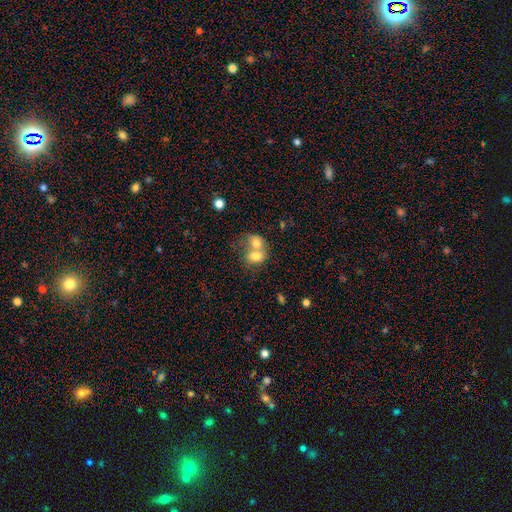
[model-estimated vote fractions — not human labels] smooth_or_featured: smooth (p=0.73) [alt: featured or disk p=0.19]
how_rounded: in between (p=0.64) [alt: round p=0.35]
merging: merger (p=0.76) [alt: none p=0.14]